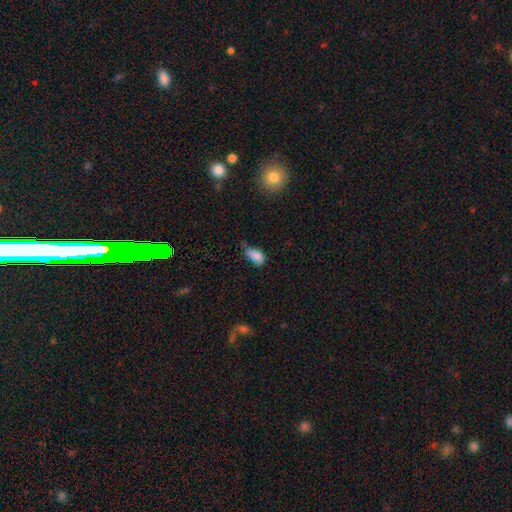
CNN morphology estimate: A smooth galaxy with no disk features (84%) that is in between round and cigar-shaped (90%).

Vote fractions:
- Smooth or featured? smooth: 84% / star or artifact: 9% / featured or disk: 7%
- How rounded? in between: 90% / cigar-shaped: 5% / round: 5%
- Merging? minor disturbance: 45% / none: 37% / major disturbance: 14% / merger: 5%